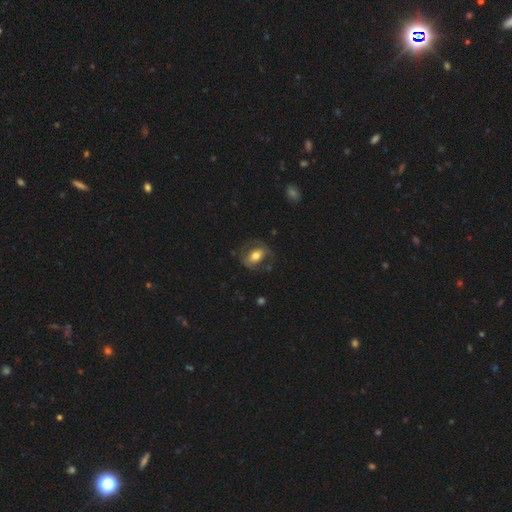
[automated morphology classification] This is possibly a smooth galaxy (56%). How rounded: likely in between (75%). Merging: likely none (63%).